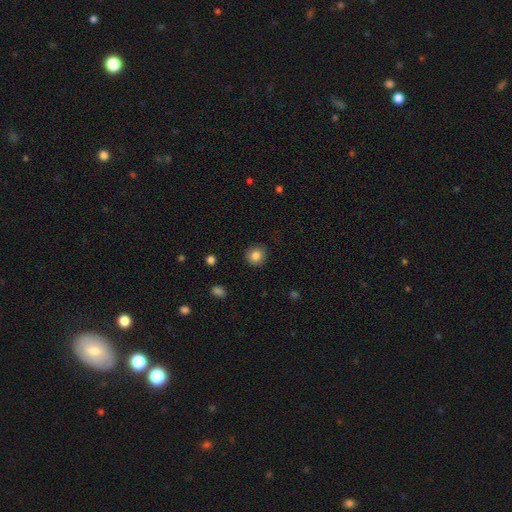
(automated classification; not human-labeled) This is clearly a smooth galaxy (84%). How rounded: clearly round (91%). Merging: clearly none (90%).